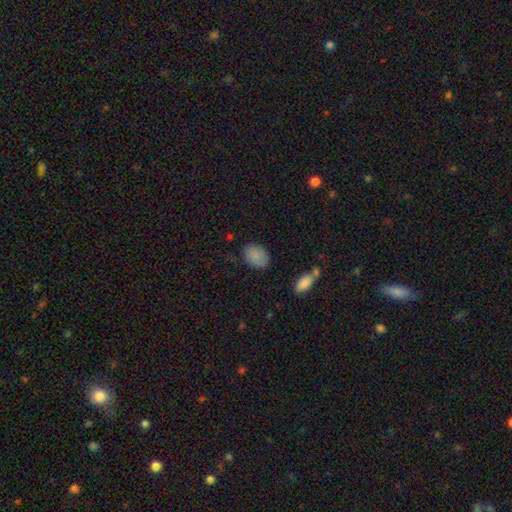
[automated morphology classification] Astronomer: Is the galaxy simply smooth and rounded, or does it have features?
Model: smooth — 86%.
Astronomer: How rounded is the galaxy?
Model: in between — 78%.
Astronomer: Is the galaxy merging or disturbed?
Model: none — 77%.